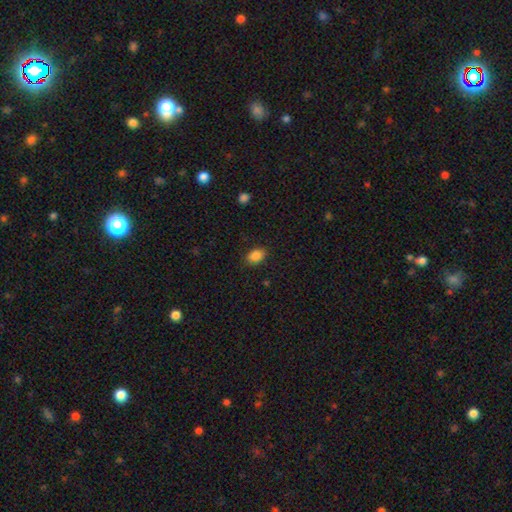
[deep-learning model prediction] A smooth galaxy with no disk features (86%) that is in between round and cigar-shaped (84%). Merging: none (87%).